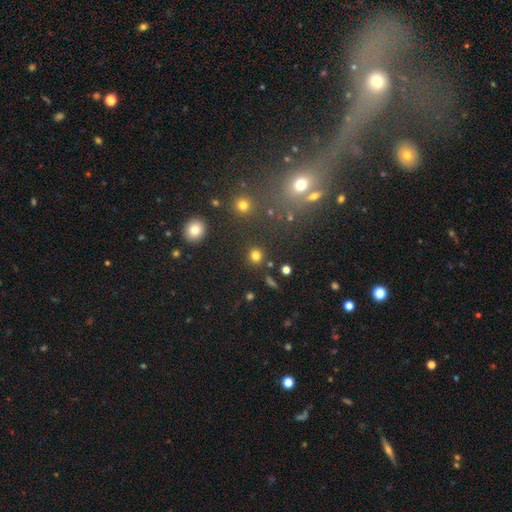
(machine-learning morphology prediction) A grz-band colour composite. It shows a smooth galaxy with no disk features (79%) that is round (91%). Merging: none (89%).